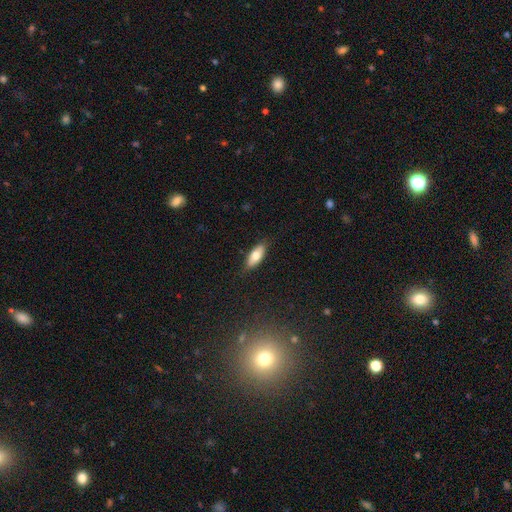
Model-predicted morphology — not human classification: Smooth or featured: smooth — 73% (featured or disk — 20%)
How rounded: in between — 77% (cigar-shaped — 20%)
Merging: none — 85% (minor disturbance — 12%)